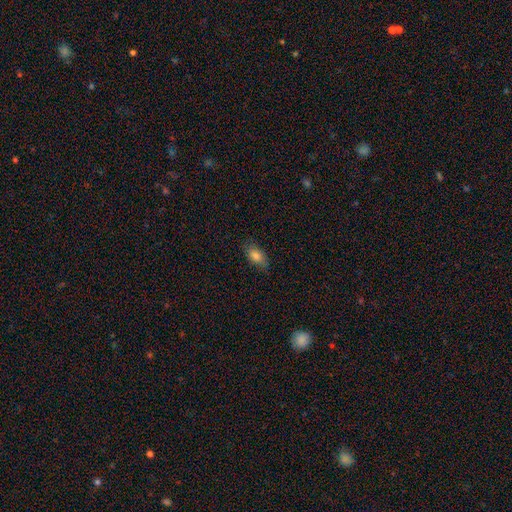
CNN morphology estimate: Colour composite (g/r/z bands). It shows a smooth galaxy with no disk features (81%) that is in between round and cigar-shaped (88%). Merging: none (79%).